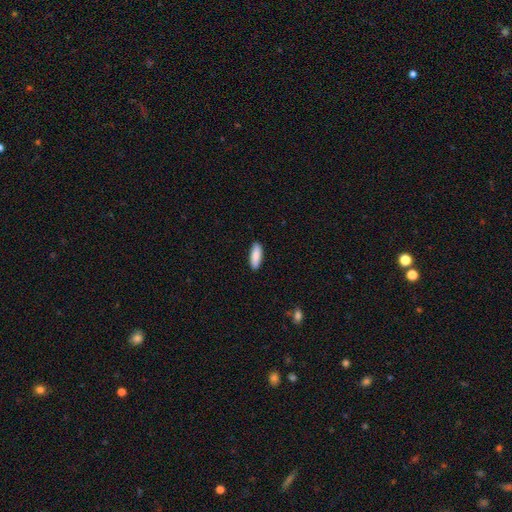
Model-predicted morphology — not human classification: smooth_or_featured: smooth (p=0.89) [alt: featured or disk p=0.06]
how_rounded: in between (p=0.65) [alt: cigar-shaped p=0.34]
merging: none (p=0.89) [alt: minor disturbance p=0.08]